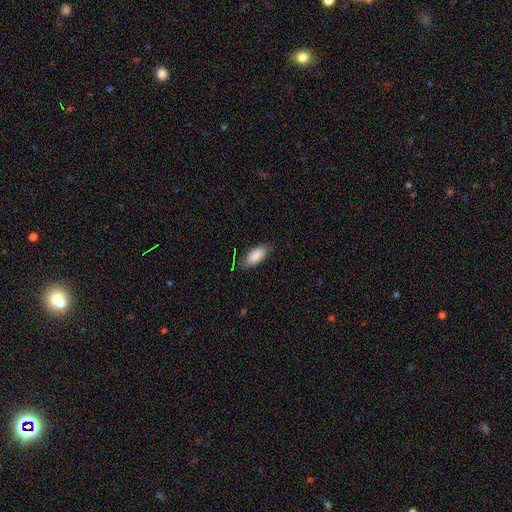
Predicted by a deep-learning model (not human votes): A smooth galaxy with no disk features (86%) that is in between round and cigar-shaped (88%). Merging: none (77%).